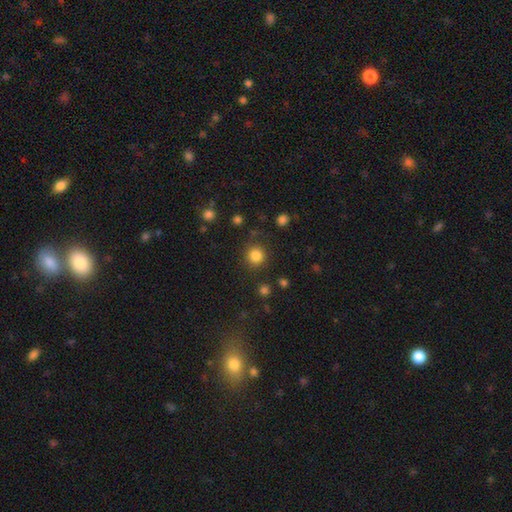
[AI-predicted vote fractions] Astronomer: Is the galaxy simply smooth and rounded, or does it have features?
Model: smooth — 84%.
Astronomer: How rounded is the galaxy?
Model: round — 92%.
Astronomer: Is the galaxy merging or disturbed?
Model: none — 85%.